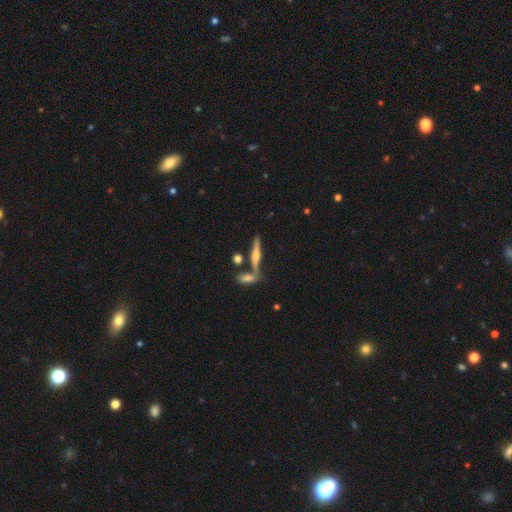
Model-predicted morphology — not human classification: A featured or disk galaxy (69%) viewed edge-on (96%) with a rounded central bulge (87%).

Vote fractions:
- Smooth or featured? featured or disk: 69% / smooth: 23% / star or artifact: 8%
- Edge-on disk? yes: 96% / no: 4%
- Edge-on bulge? rounded: 87% / boxy: 7% / none: 6%
- Merging? none: 70% / merger: 18% / minor disturbance: 9% / major disturbance: 3%